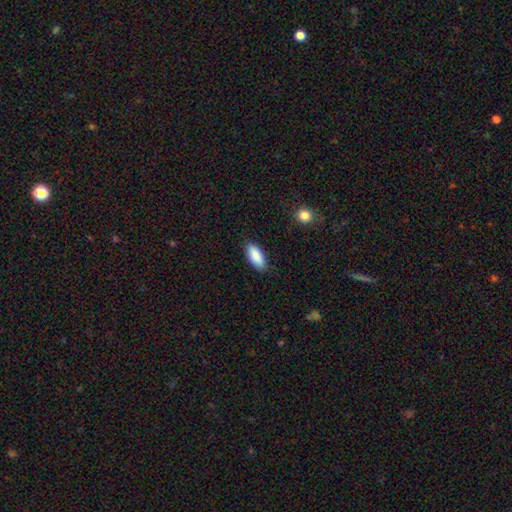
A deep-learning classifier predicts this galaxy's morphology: A smooth galaxy with no disk features (88%) that is in between round and cigar-shaped (83%). Merging: none (85%).